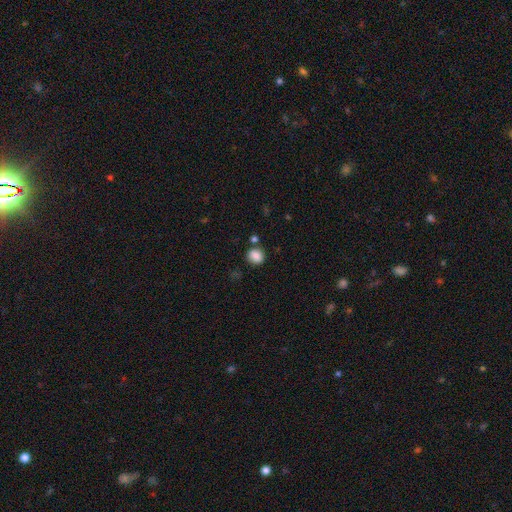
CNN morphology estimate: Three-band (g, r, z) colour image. It shows a smooth galaxy with no disk features (86%) that is round (71%). Merging: none (77%).